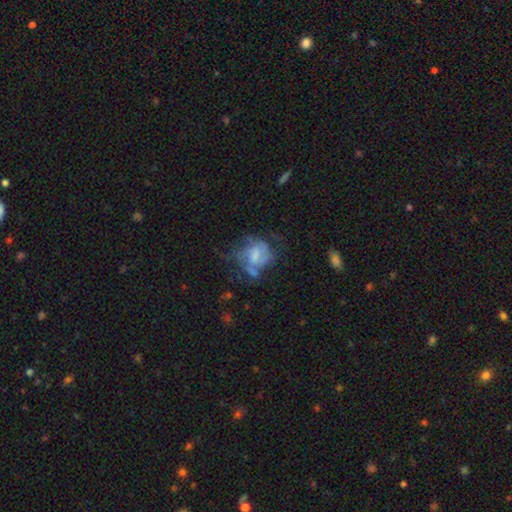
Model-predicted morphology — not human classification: smooth_or_featured: featured or disk (p=0.58) [alt: smooth p=0.32]
disk_edge_on: no (p=0.97) [alt: yes p=0.03]
bar: no (p=0.54) [alt: weak p=0.37]
has_spiral_arms: yes (p=0.58) [alt: no p=0.42]
bulge_size: moderate (p=0.36) [alt: small p=0.28]
merging: none (p=0.36) [alt: major disturbance p=0.32]